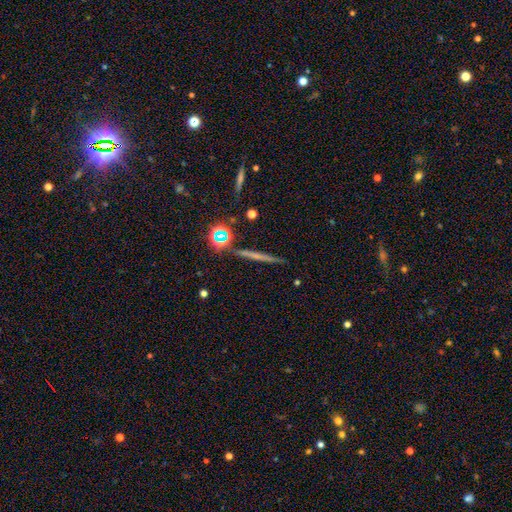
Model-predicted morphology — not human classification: Overall: featured or disk (46%; smooth 38%). Merging: none (88%).